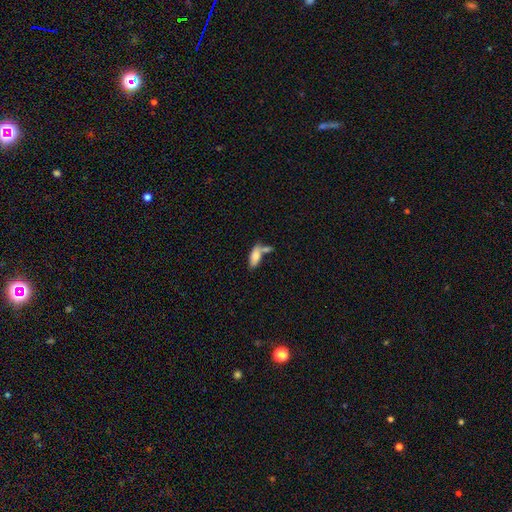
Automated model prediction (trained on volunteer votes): Morphology: type=smooth (78%); roundness=in between (80%); merging=merger (44%).